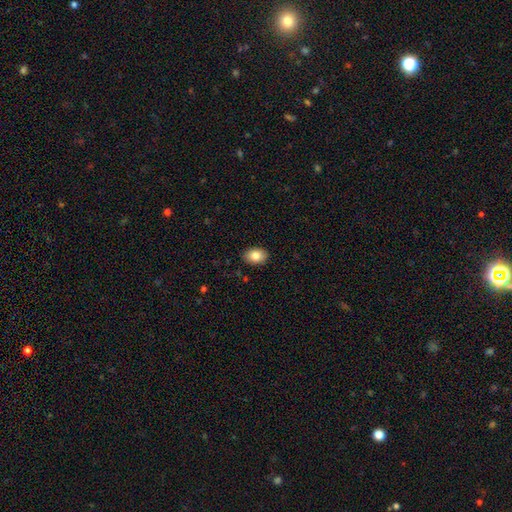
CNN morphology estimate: Q: Smooth or featured?
A: smooth (84%); runner-up: featured or disk (8%)
Q: How rounded?
A: in between (77%); runner-up: round (22%)
Q: Merging?
A: none (89%); runner-up: minor disturbance (8%)